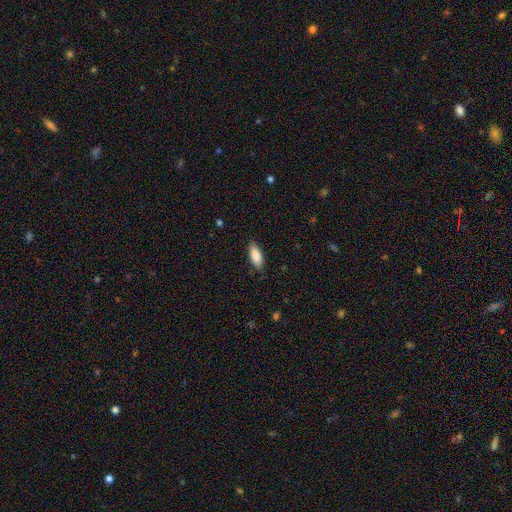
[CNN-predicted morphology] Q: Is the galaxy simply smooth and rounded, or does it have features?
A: smooth — 86%.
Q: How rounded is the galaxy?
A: in between — 79%.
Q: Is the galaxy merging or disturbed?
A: none — 83%.